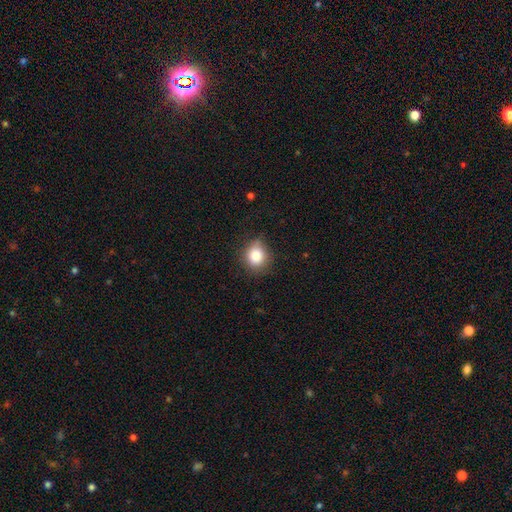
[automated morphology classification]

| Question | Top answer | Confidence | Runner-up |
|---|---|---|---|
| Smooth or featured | smooth | 82% | star or artifact (10%) |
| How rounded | round | 80% | in between (19%) |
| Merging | none | 73% | minor disturbance (21%) |